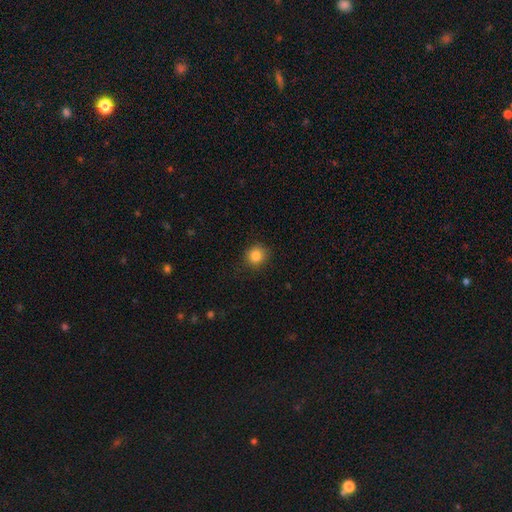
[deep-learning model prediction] Morphology: type=smooth (84%); roundness=round (82%); merging=none (86%).